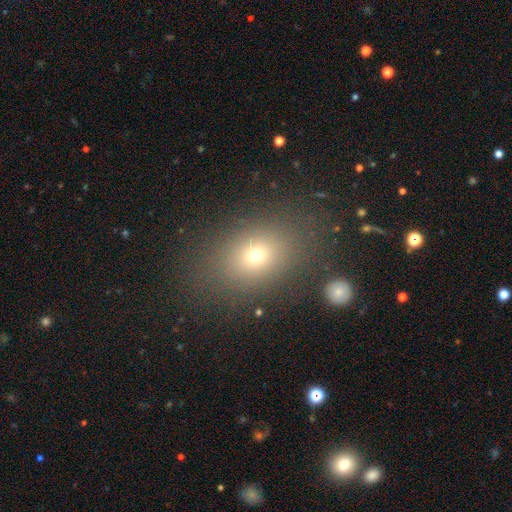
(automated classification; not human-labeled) The model was most divided on "how rounded": in between: 68%, round: 30%, cigar-shaped: 2%. More confident: merging — none (80%); smooth or featured — smooth (68%).